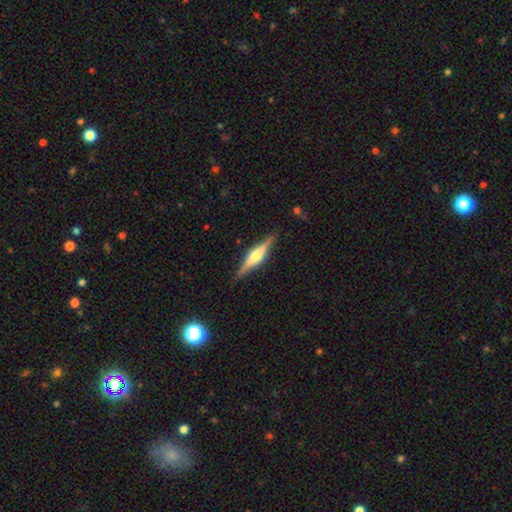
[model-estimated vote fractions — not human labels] Smooth or featured?
  - featured or disk: 74% *
  - smooth: 21%
  - star or artifact: 6%
Edge-on disk?
  - yes: 97% *
  - no: 3%
Edge-on bulge?
  - rounded: 81% *
  - boxy: 15%
  - none: 4%
Merging?
  - none: 88% *
  - minor disturbance: 9%
  - major disturbance: 2%
  - merger: 1%